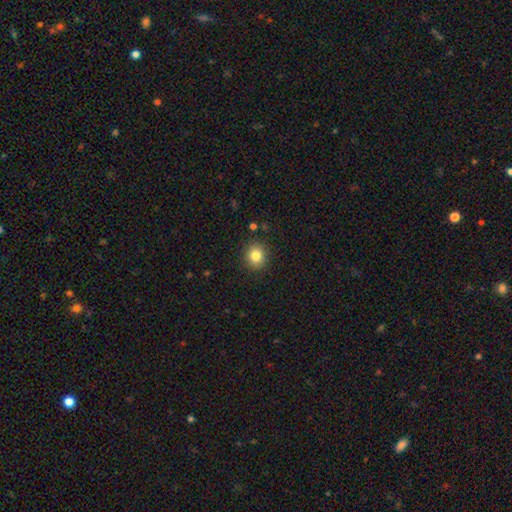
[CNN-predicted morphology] A smooth galaxy with no disk features (83%) that is round (80%).

Vote fractions:
- Smooth or featured? smooth: 83% / star or artifact: 10% / featured or disk: 7%
- How rounded? round: 80% / in between: 19% / cigar-shaped: 1%
- Merging? none: 89% / minor disturbance: 7% / major disturbance: 2% / merger: 2%